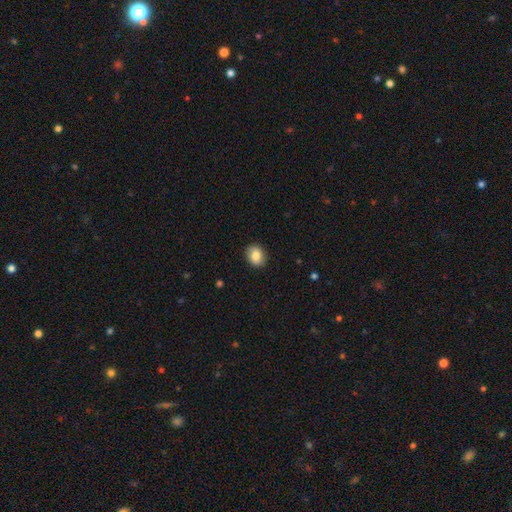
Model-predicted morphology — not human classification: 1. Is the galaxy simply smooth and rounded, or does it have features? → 86% smooth, 8% star or artifact, 7% featured or disk.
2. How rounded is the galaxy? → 56% in between, 43% round, 1% cigar-shaped.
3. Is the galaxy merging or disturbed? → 90% none, 7% minor disturbance, 2% major disturbance, 1% merger.